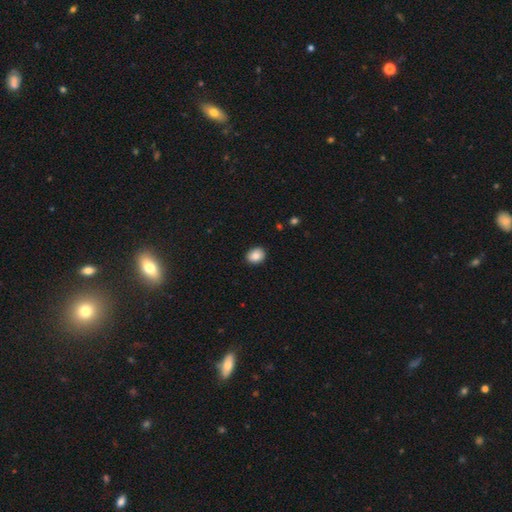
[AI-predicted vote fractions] Overall: smooth (87%). How rounded: round (53%; in between 46%). Merging: none (90%).